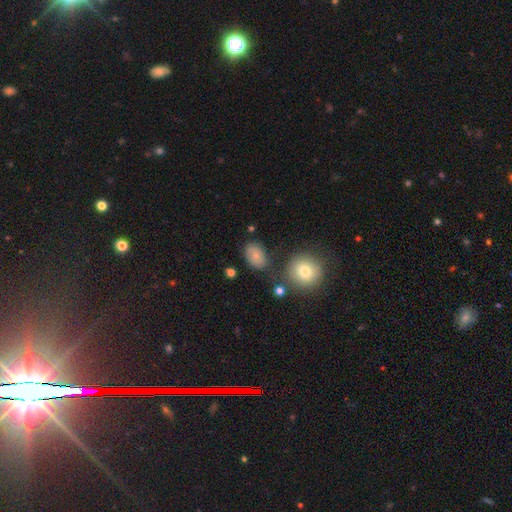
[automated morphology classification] Smooth or featured?
  - smooth: 75% *
  - featured or disk: 14%
  - star or artifact: 11%
How rounded?
  - in between: 78% *
  - round: 20%
  - cigar-shaped: 1%
Merging?
  - none: 71% *
  - minor disturbance: 18%
  - merger: 6%
  - major disturbance: 6%